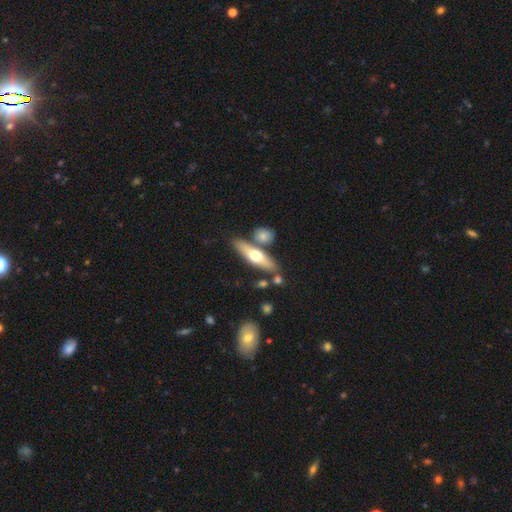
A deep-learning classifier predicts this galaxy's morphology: smooth-or-featured: smooth: 48% | featured or disk: 47% | star or artifact: 5%
  merging: none: 73% | merger: 14% | minor disturbance: 11% | major disturbance: 3%